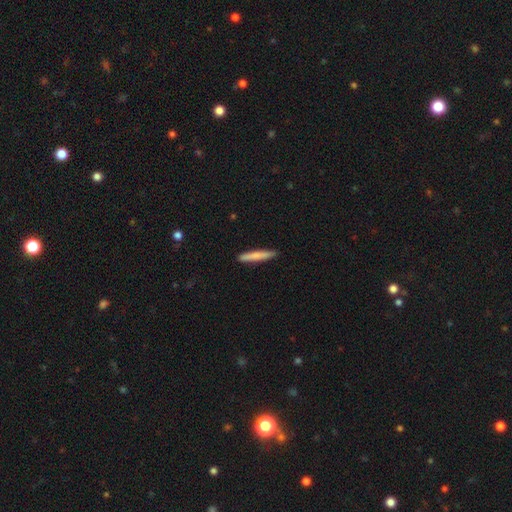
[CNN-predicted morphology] type=smooth (75%); roundness=cigar-shaped (94%); merging=none (90%).